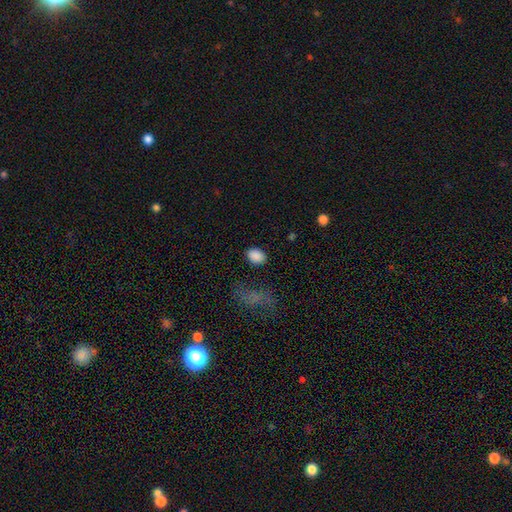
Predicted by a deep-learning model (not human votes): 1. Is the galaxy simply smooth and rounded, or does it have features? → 87% smooth, 9% star or artifact, 4% featured or disk.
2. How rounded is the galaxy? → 72% in between, 27% round, 1% cigar-shaped.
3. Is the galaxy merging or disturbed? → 83% none, 11% minor disturbance, 4% major disturbance, 2% merger.